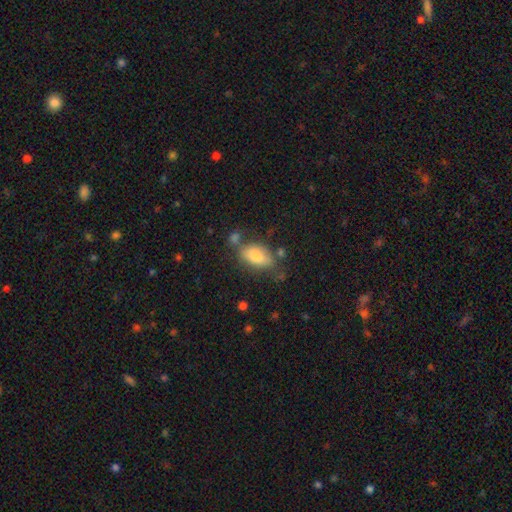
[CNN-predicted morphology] The model was most divided on "merging": none: 58%, minor disturbance: 22%, merger: 12%, major disturbance: 8%. More confident: how rounded — in between (89%); smooth or featured — smooth (77%).